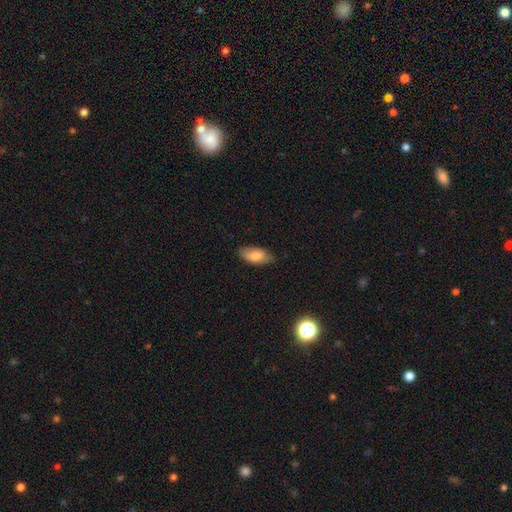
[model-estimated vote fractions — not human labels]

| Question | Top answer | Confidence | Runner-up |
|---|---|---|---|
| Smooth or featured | smooth | 79% | featured or disk (14%) |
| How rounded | in between | 88% | cigar-shaped (9%) |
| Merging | none | 77% | minor disturbance (19%) |